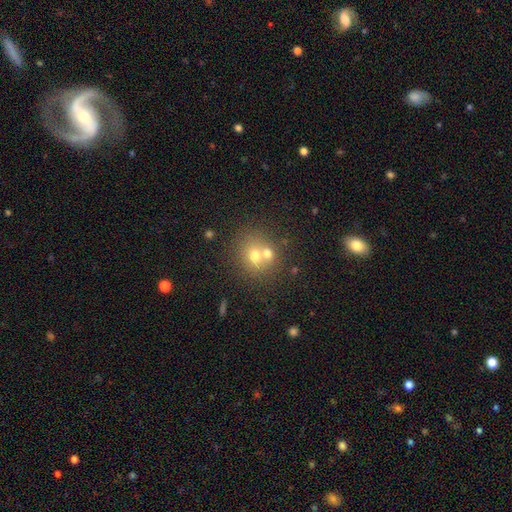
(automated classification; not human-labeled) This is likely a smooth galaxy (64%). How rounded: likely round (78%). Merging: possibly merger (46%).